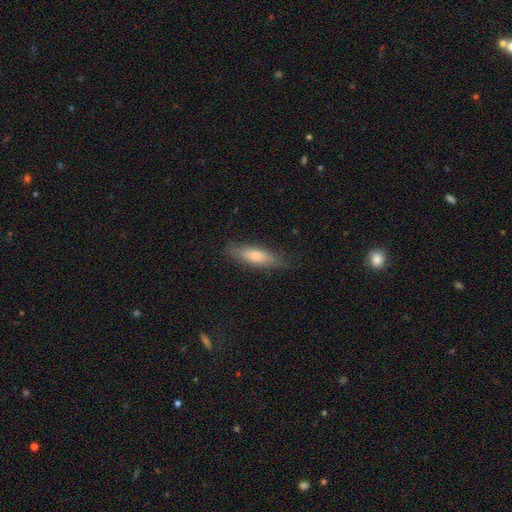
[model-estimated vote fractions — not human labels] Smooth or featured: smooth — 74% (featured or disk — 21%)
How rounded: cigar-shaped — 64% (in between — 34%)
Merging: none — 82% (minor disturbance — 14%)